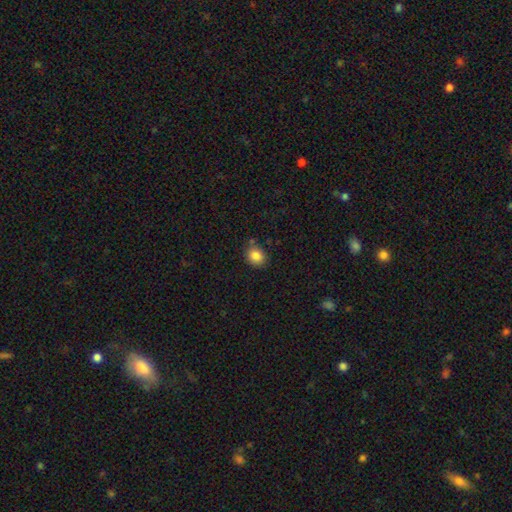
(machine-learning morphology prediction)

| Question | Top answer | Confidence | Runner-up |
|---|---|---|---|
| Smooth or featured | smooth | 85% | star or artifact (10%) |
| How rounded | round | 61% | in between (38%) |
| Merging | none | 76% | minor disturbance (15%) |